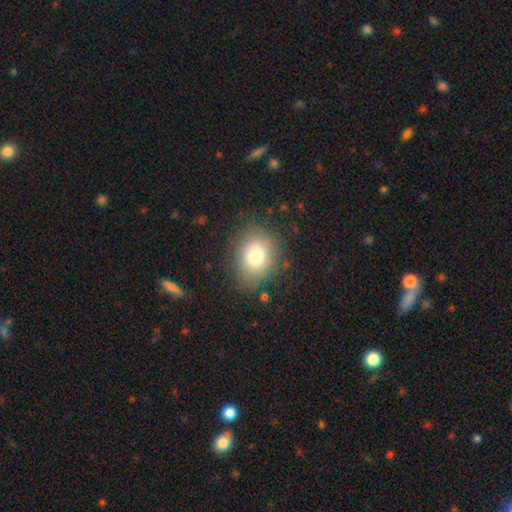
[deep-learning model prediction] The model was most divided on "how rounded": round: 55%, in between: 44%, cigar-shaped: 1%. More confident: merging — none (81%); smooth or featured — smooth (77%).